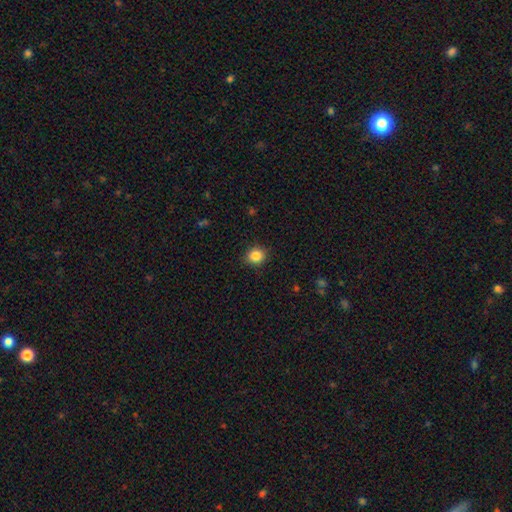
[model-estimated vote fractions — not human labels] Smooth or featured?
  - smooth: 86% *
  - star or artifact: 10%
  - featured or disk: 4%
How rounded?
  - round: 80% *
  - in between: 19%
  - cigar-shaped: 1%
Merging?
  - none: 89% *
  - minor disturbance: 8%
  - major disturbance: 2%
  - merger: 1%